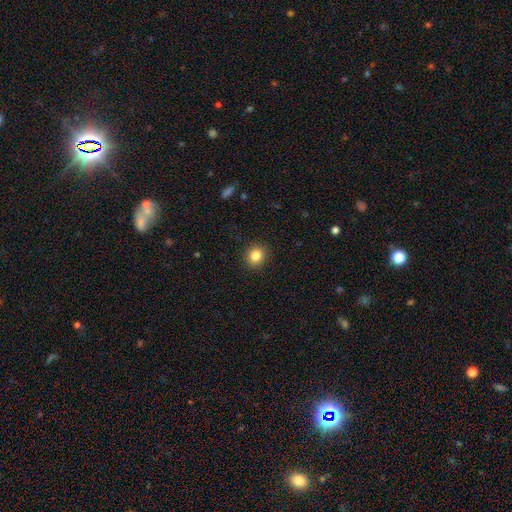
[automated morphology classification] smooth-or-featured: smooth: 84% | star or artifact: 11% | featured or disk: 6%
  how-rounded: round: 81% | in between: 18% | cigar-shaped: 1%
  merging: none: 91% | minor disturbance: 6% | major disturbance: 2% | merger: 1%